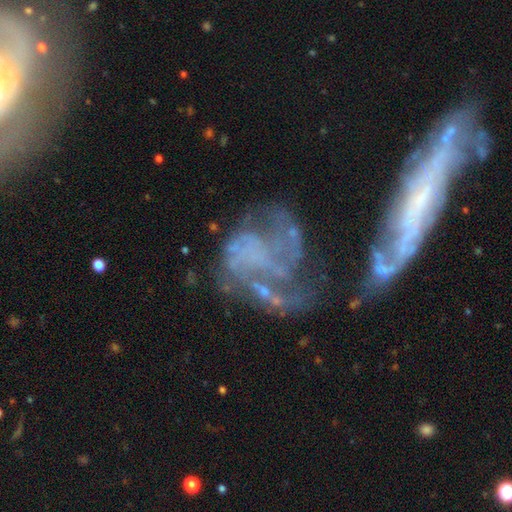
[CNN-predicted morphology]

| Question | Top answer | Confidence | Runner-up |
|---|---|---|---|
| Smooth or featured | featured or disk | 74% | smooth (15%) |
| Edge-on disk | no | 97% | yes (3%) |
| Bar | no | 74% | weak (18%) |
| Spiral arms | yes | 68% | no (32%) |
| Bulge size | none | 80% | small (10%) |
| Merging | major disturbance | 33% | none (28%) |